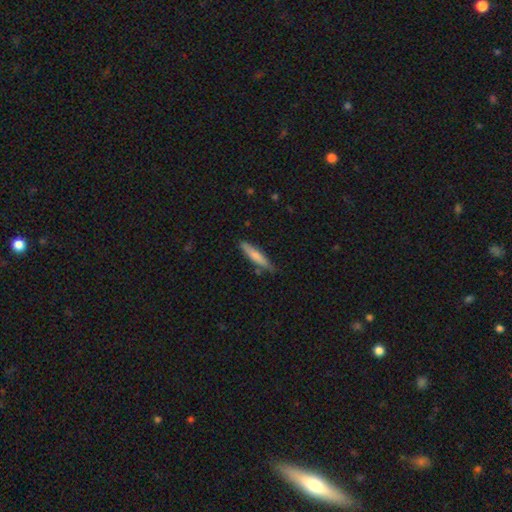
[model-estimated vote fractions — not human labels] This is likely a smooth galaxy (72%). How rounded: clearly cigar-shaped (87%). Merging: likely none (77%).